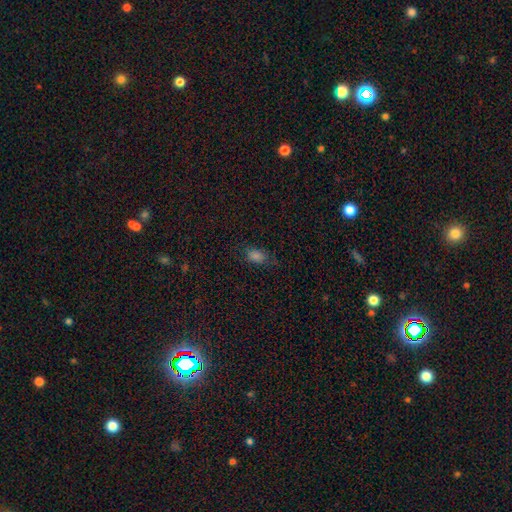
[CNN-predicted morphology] This appears to be a smooth galaxy with no disk features (76%) that is in between round and cigar-shaped (81%). Merging: none (71%).